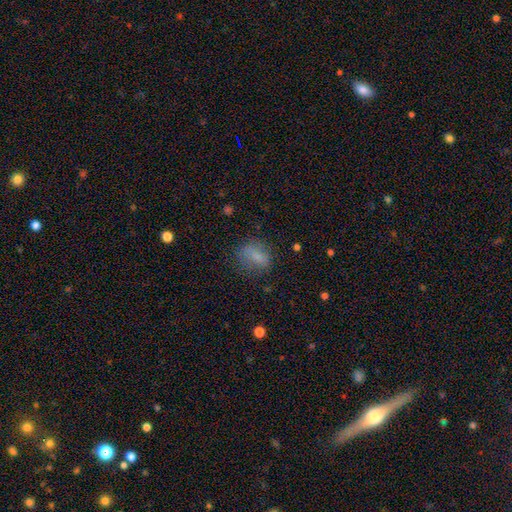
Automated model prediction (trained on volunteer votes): The model was most divided on "how rounded": in between: 69%, round: 28%, cigar-shaped: 3%. More confident: smooth or featured — smooth (75%); merging — none (64%).